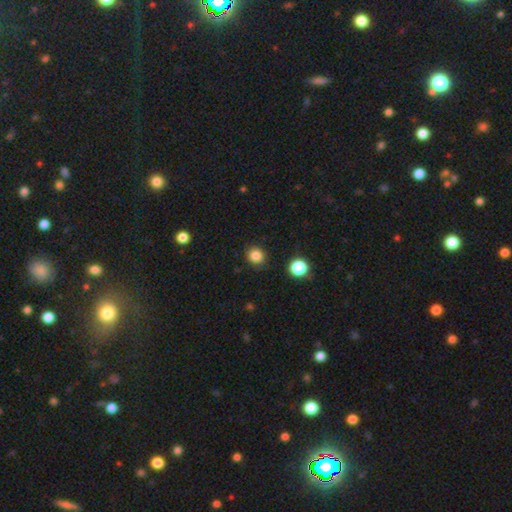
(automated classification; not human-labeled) A smooth galaxy with no disk features (85%) that is round (85%).

Vote fractions:
- Smooth or featured? smooth: 85% / star or artifact: 12% / featured or disk: 4%
- How rounded? round: 85% / in between: 14% / cigar-shaped: 1%
- Merging? none: 89% / minor disturbance: 7% / major disturbance: 2% / merger: 2%